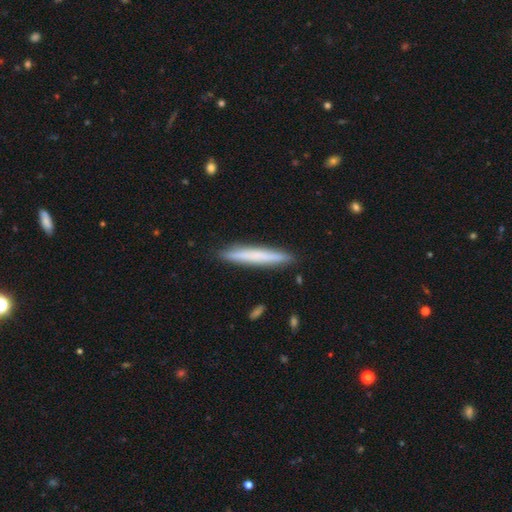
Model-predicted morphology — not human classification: Smooth or featured: smooth — 66% (featured or disk — 28%)
How rounded: cigar-shaped — 96% (in between — 3%)
Merging: none — 90% (minor disturbance — 7%)